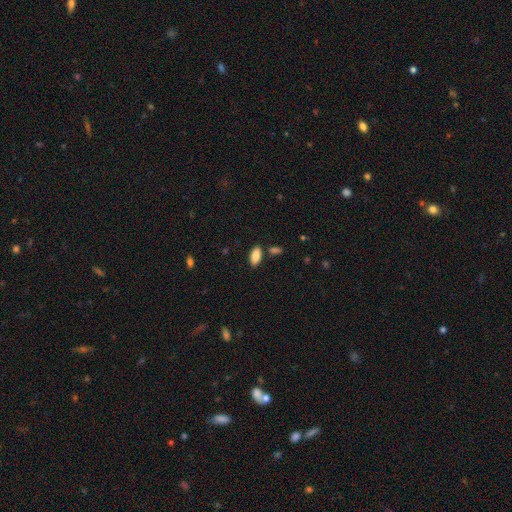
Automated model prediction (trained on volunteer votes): smooth-or-featured: smooth: 87% | star or artifact: 7% | featured or disk: 6%
  how-rounded: in between: 90% | cigar-shaped: 8% | round: 2%
  merging: none: 82% | minor disturbance: 9% | merger: 6% | major disturbance: 2%